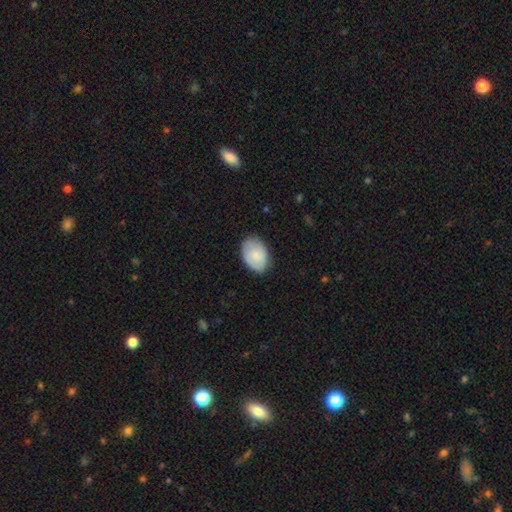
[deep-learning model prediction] Smooth or featured? Predicted: smooth (p=0.78). How rounded? Predicted: in between (p=0.83). Merging? Predicted: none (p=0.82).